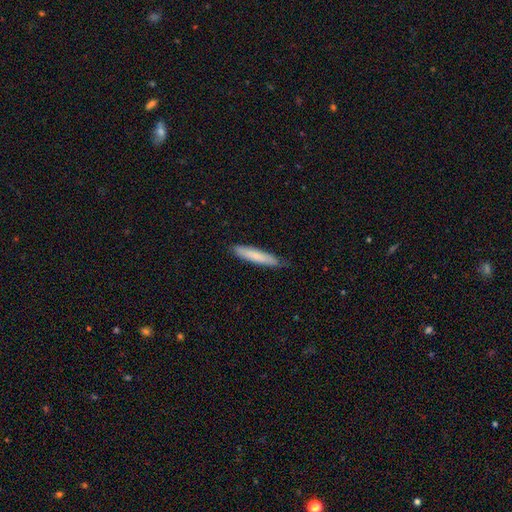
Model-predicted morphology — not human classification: A smooth galaxy with no disk features (76%) that is cigar-shaped (89%).

Vote fractions:
- Smooth or featured? smooth: 76% / featured or disk: 19% / star or artifact: 6%
- How rounded? cigar-shaped: 89% / in between: 9% / round: 1%
- Merging? none: 81% / minor disturbance: 16% / major disturbance: 2% / merger: 1%